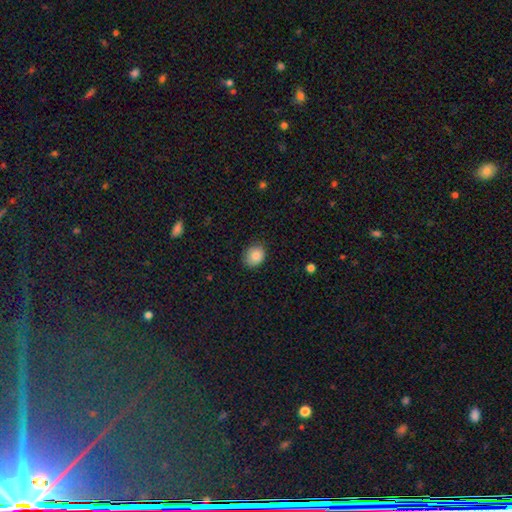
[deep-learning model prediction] Smooth or featured?
  - smooth: 86% *
  - star or artifact: 9%
  - featured or disk: 6%
How rounded?
  - round: 56% *
  - in between: 43%
  - cigar-shaped: 1%
Merging?
  - none: 80% *
  - minor disturbance: 16%
  - major disturbance: 3%
  - merger: 1%